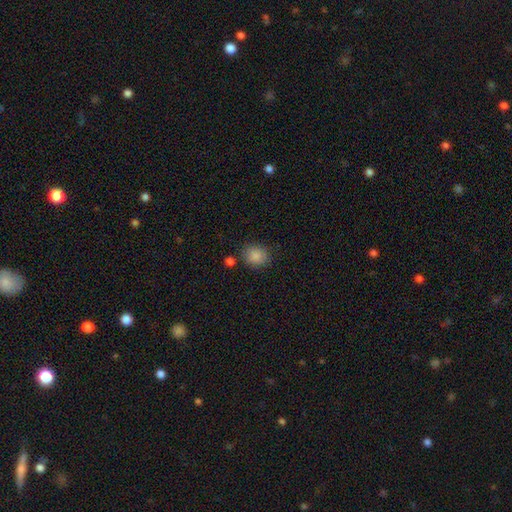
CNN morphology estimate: smooth_or_featured: smooth (p=0.87) [alt: star or artifact p=0.09]
how_rounded: round (p=0.76) [alt: in between p=0.23]
merging: none (p=0.81) [alt: minor disturbance p=0.11]